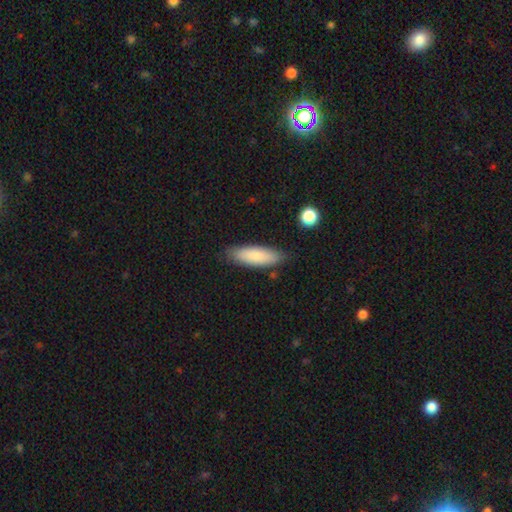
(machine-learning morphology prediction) Smooth or featured?
  - smooth: 84% *
  - featured or disk: 10%
  - star or artifact: 6%
How rounded?
  - cigar-shaped: 49% * (tied)
  - in between: 49% * (tied)
  - round: 2%
Merging?
  - none: 84% *
  - minor disturbance: 12%
  - major disturbance: 2%
  - merger: 2%